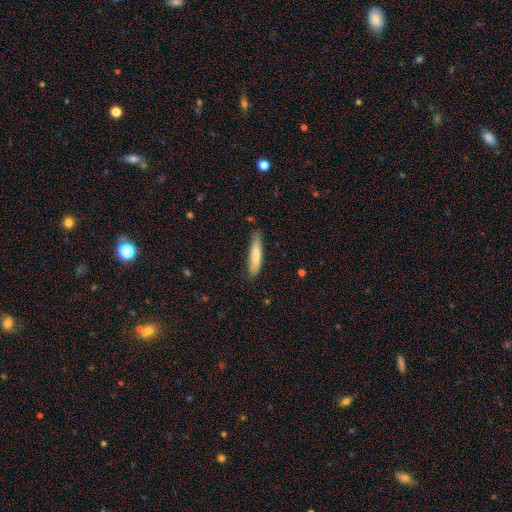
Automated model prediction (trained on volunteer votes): The model was most divided on "merging": none: 78%, minor disturbance: 17%, major disturbance: 3%, merger: 2%. More confident: how rounded — cigar-shaped (84%); smooth or featured — smooth (78%).